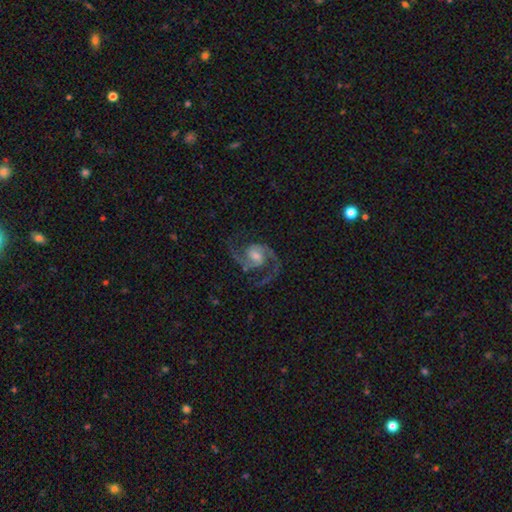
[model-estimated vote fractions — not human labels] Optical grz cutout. It shows a featured or disk galaxy (93%) with no bar (44%, tied with weak), 2 (93%) medium (66%) spiral arms (99%) and a moderate central bulge (48%). Merging: none (79%).